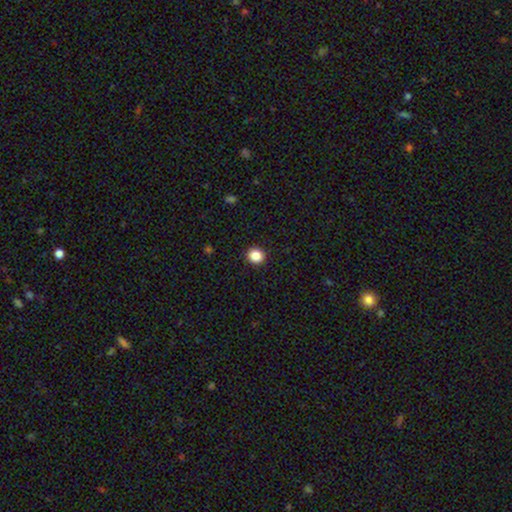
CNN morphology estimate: smooth-or-featured: smooth: 86% | star or artifact: 11% | featured or disk: 4%
  how-rounded: round: 87% | in between: 13% | cigar-shaped: 1%
  merging: none: 93% | minor disturbance: 5% | major disturbance: 2% | merger: 1%